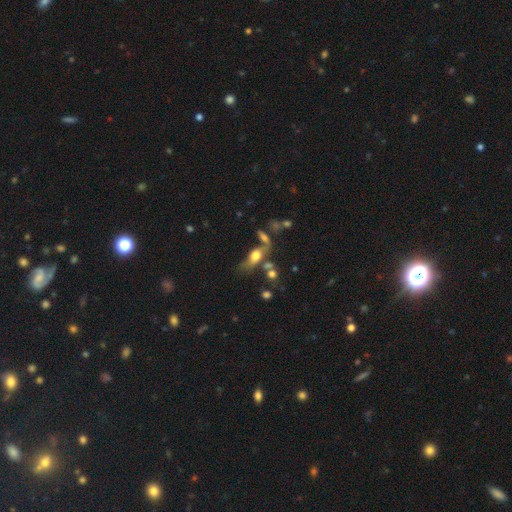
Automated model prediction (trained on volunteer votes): smooth 57%, featured or disk 33%, star or artifact 11%. Down the decision tree: how rounded — in between (69%); merging — none (42%).